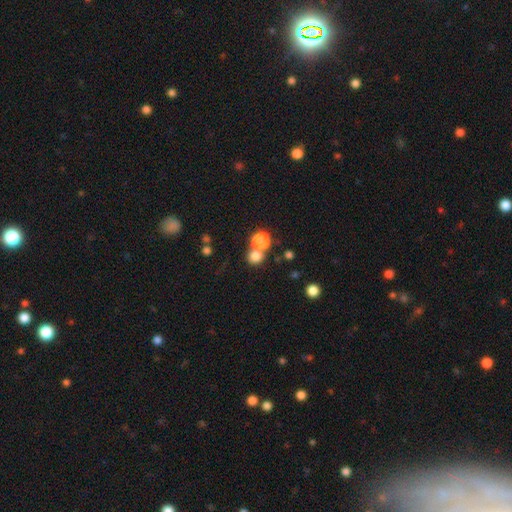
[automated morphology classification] Q: Smooth or featured?
A: smooth (79%); runner-up: star or artifact (14%)
Q: How rounded?
A: round (83%); runner-up: in between (16%)
Q: Merging?
A: none (53%); runner-up: merger (36%)